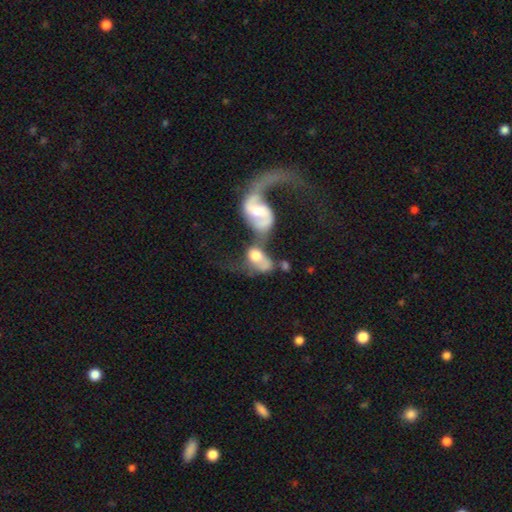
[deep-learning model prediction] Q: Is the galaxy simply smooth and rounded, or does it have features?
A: featured or disk — 53%.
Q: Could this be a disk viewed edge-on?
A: no — 94%.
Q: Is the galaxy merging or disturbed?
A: merger — 74%.